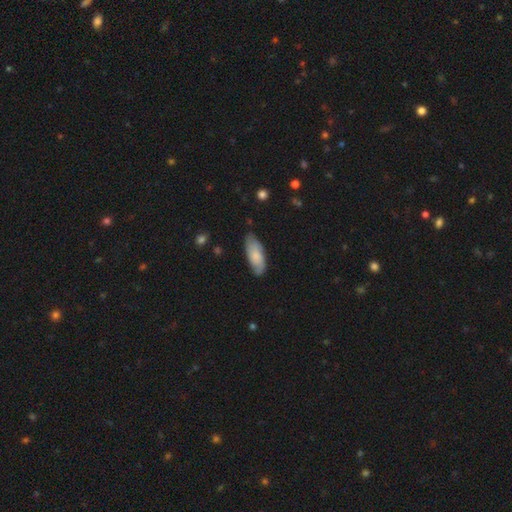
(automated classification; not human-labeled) Overall: smooth (67%; featured or disk 27%). How rounded: in between (79%). Merging: none (71%).